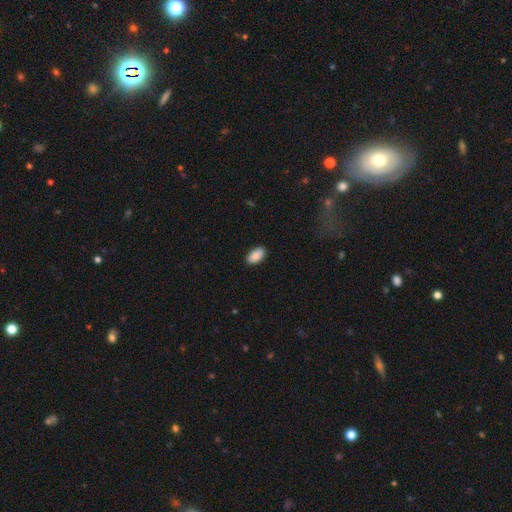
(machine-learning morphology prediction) This appears to be a smooth galaxy with no disk features (90%) that is in between round and cigar-shaped (95%). Merging: none (89%).